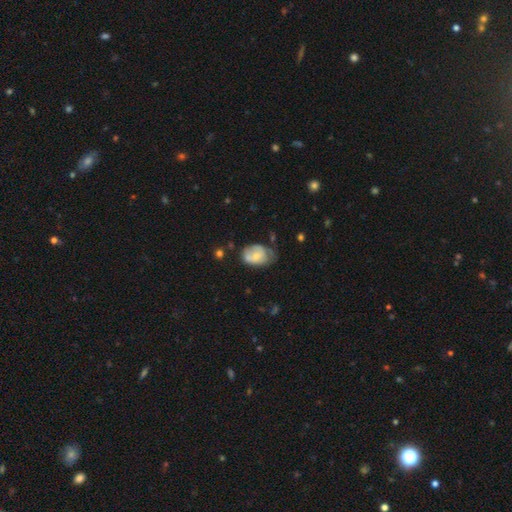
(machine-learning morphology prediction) This appears to be a smooth galaxy with no disk features (58%) that is in between round and cigar-shaped (79%). Merging: minor disturbance (40%).